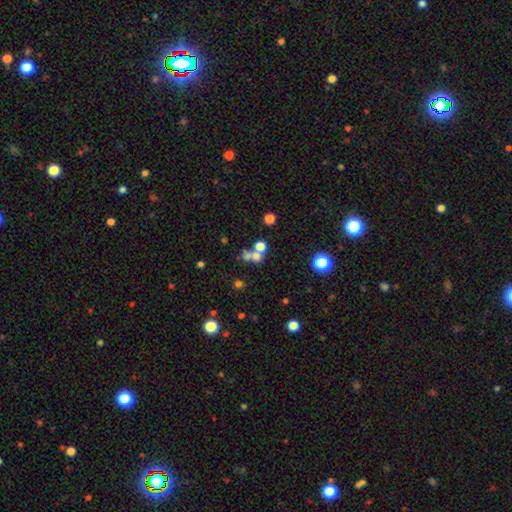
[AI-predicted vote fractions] This is possibly a smooth galaxy (60%). How rounded: likely round (78%). Merging: possibly merger (50%).